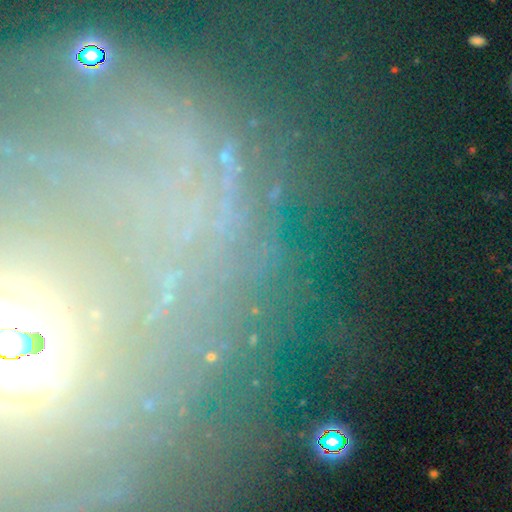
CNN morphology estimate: Overall: star or artifact (49%; featured or disk 32%).